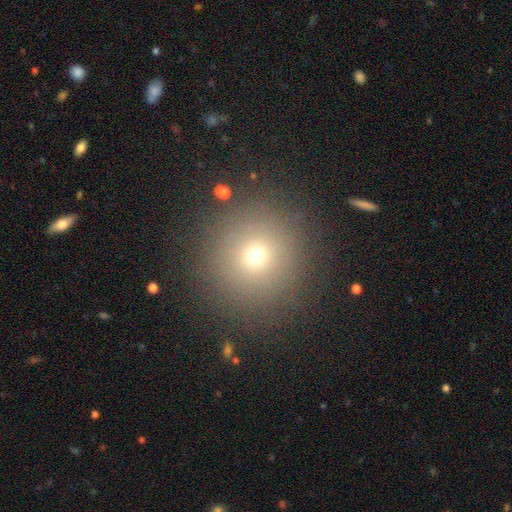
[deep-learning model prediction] Smooth or featured? Predicted: smooth (p=0.68). How rounded? Predicted: round (p=0.94). Merging? Predicted: none (p=0.88).